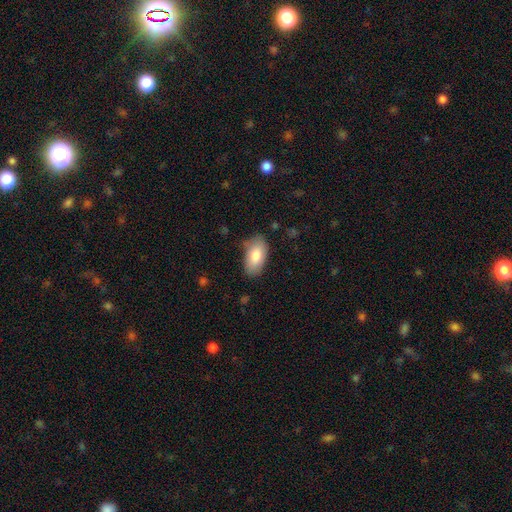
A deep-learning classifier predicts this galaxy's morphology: Q: Smooth or featured?
A: smooth (81%); runner-up: featured or disk (12%)
Q: How rounded?
A: in between (94%); runner-up: round (3%)
Q: Merging?
A: none (76%); runner-up: minor disturbance (18%)